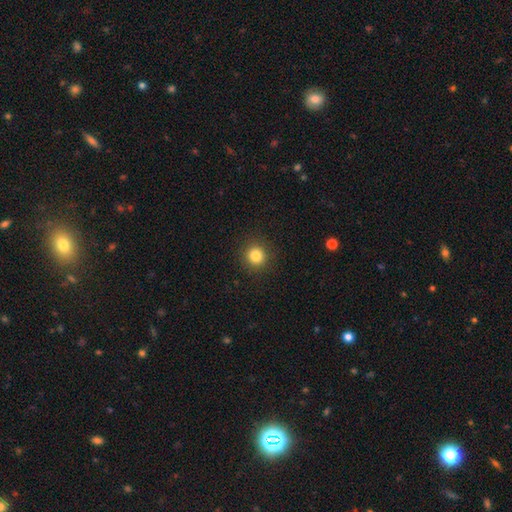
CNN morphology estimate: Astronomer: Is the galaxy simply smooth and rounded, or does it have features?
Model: smooth — 83%.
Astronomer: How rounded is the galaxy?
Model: round — 93%.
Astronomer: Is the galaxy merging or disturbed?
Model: none — 91%.